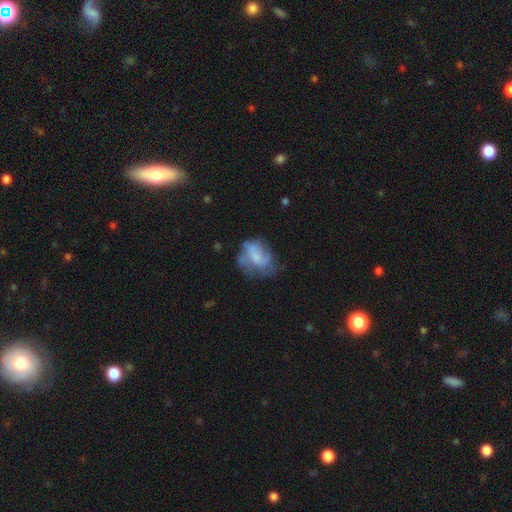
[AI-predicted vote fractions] A featured or disk galaxy (52%) with no bar (53%), spiral arms (62%) and no central bulge (39%). Merging: none (43%).